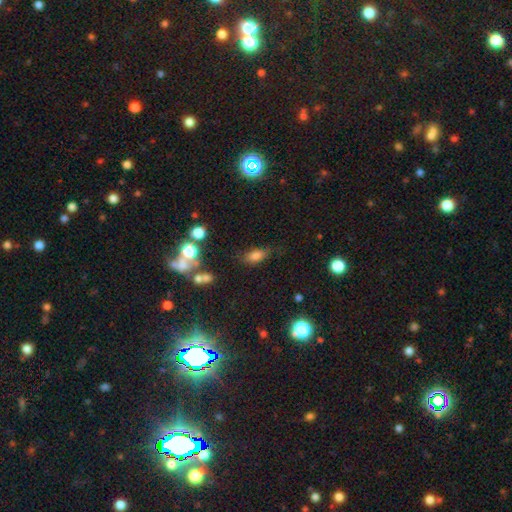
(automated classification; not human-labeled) The model was most divided on "merging": none: 68%, minor disturbance: 20%, major disturbance: 8%, merger: 4%. More confident: how rounded — in between (82%); smooth or featured — smooth (76%).